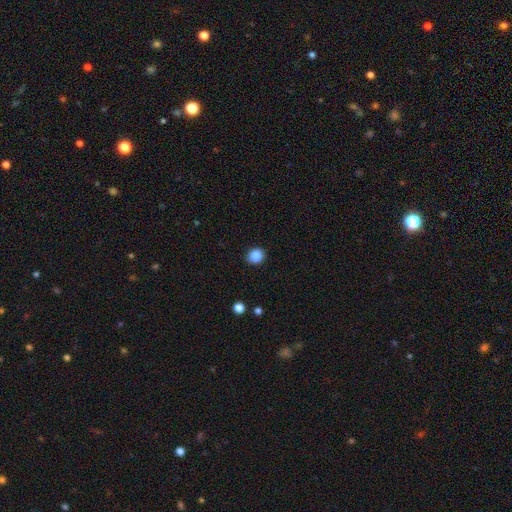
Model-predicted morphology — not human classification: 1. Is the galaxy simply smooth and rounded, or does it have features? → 87% smooth, 10% star or artifact, 3% featured or disk.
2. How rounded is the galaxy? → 81% round, 18% in between, 1% cigar-shaped.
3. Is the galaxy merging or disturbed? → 91% none, 6% minor disturbance, 2% major disturbance, 1% merger.